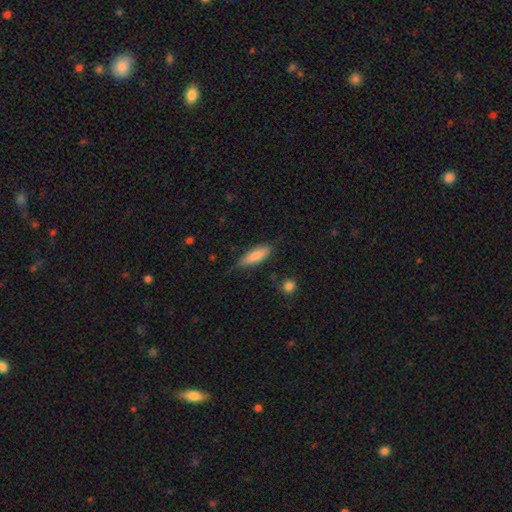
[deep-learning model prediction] Smooth or featured? Predicted: smooth (p=0.81). How rounded? Predicted: in between (p=0.52). Merging? Predicted: none (p=0.74).